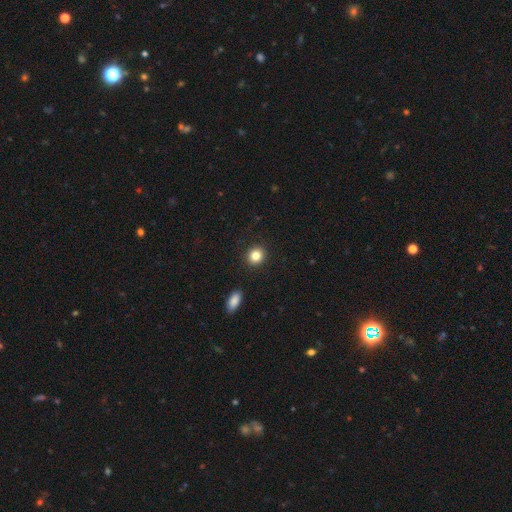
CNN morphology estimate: smooth-or-featured: smooth: 84% | star or artifact: 10% | featured or disk: 6%
  how-rounded: round: 78% | in between: 21% | cigar-shaped: 1%
  merging: none: 90% | minor disturbance: 6% | major disturbance: 2% | merger: 2%